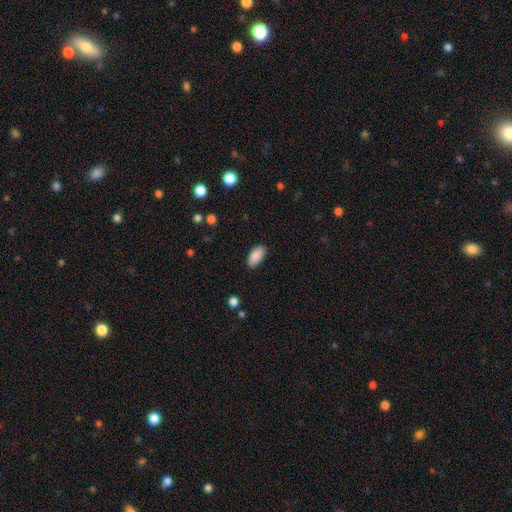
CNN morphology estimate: This is clearly a smooth galaxy (88%). How rounded: clearly in between (93%). Merging: clearly none (86%).